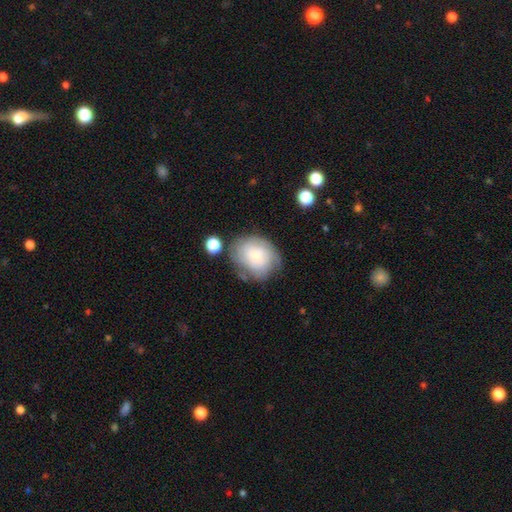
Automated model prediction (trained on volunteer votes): A smooth galaxy with no disk features (53%) that is round (51%). Merging: none (60%).